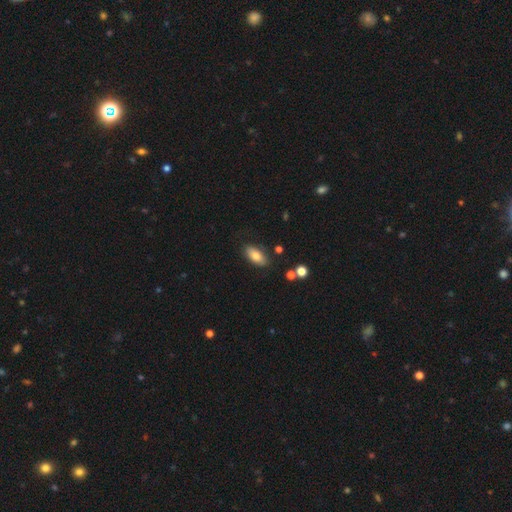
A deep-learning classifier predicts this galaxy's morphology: smooth-or-featured: smooth: 79% | featured or disk: 13% | star or artifact: 7%
  how-rounded: in between: 89% | cigar-shaped: 8% | round: 3%
  merging: none: 83% | minor disturbance: 12% | major disturbance: 3% | merger: 2%